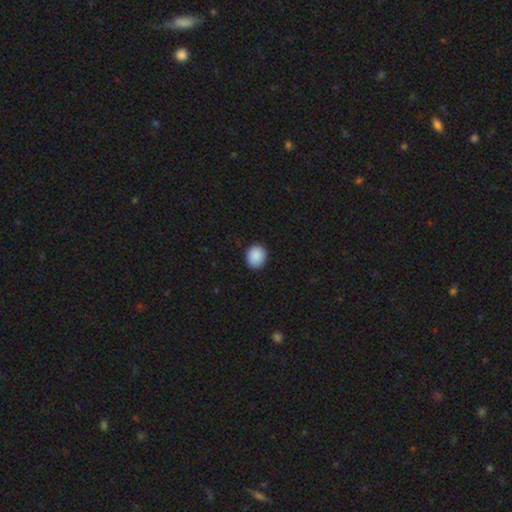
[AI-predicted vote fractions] smooth_or_featured: smooth (p=0.90) [alt: star or artifact p=0.08]
how_rounded: round (p=0.82) [alt: in between p=0.17]
merging: none (p=0.90) [alt: minor disturbance p=0.07]